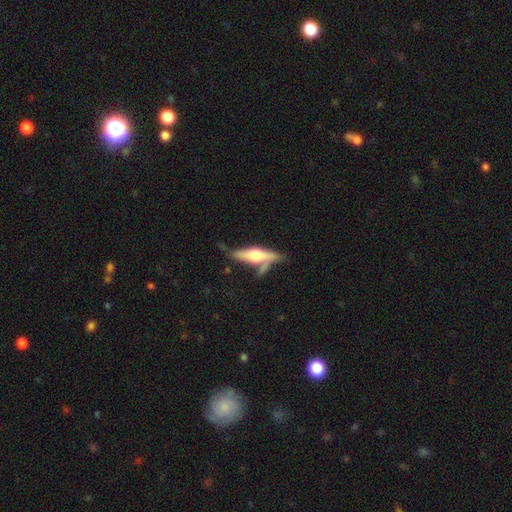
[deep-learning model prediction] Overall: featured or disk (56%; smooth 38%). Edge-on disk: yes (86%). Merging: none (48%; minor disturbance 21%).